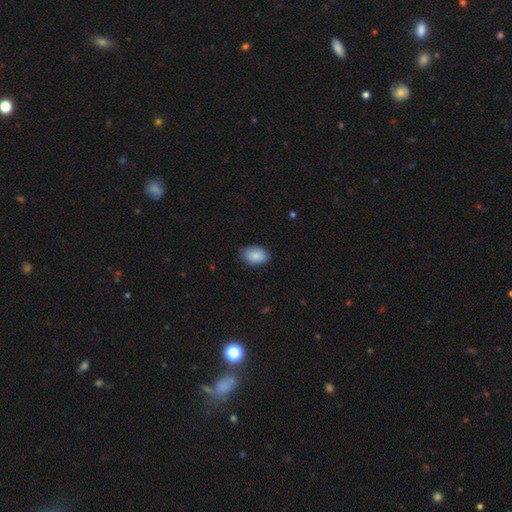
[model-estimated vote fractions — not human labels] Smooth or featured? Predicted: smooth (p=0.88). How rounded? Predicted: in between (p=0.89). Merging? Predicted: none (p=0.82).